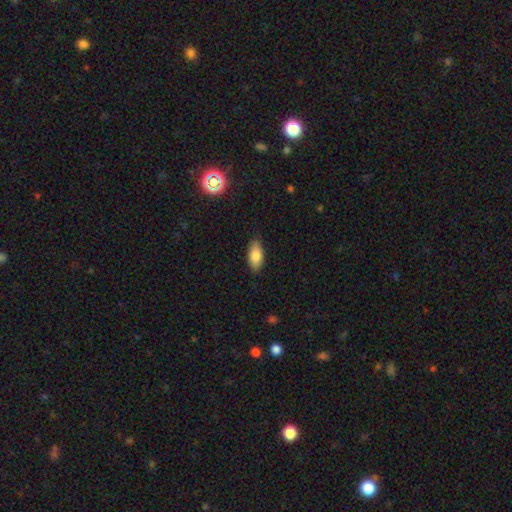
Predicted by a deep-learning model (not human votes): A smooth galaxy with no disk features (81%) that is in between round and cigar-shaped (90%). Merging: none (84%).